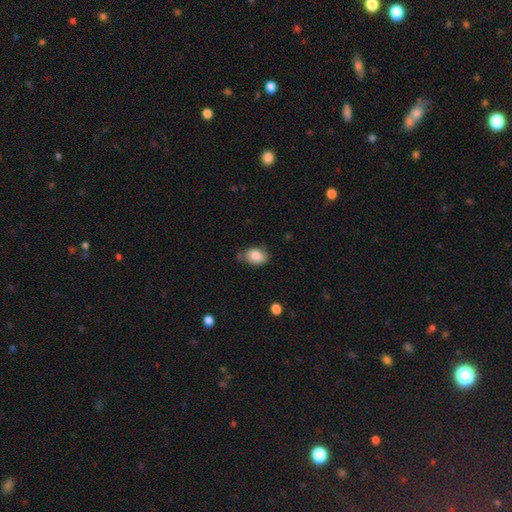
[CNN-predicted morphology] type=smooth (85%); roundness=in between (75%); merging=none (61%).